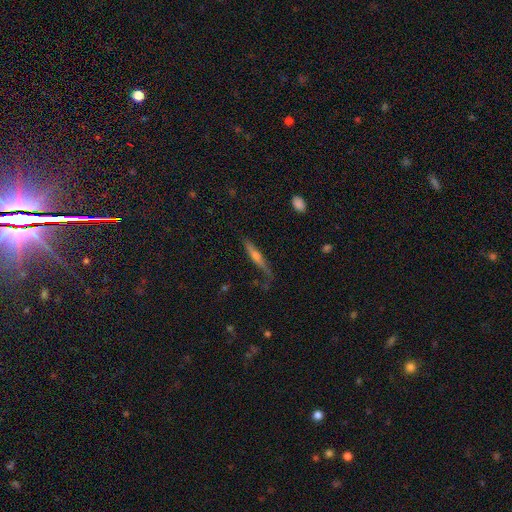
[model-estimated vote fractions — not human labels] A featured or disk galaxy (61%) viewed edge-on (96%) with a rounded central bulge (81%).

Vote fractions:
- Smooth or featured? featured or disk: 61% / smooth: 32% / star or artifact: 8%
- Edge-on disk? yes: 96% / no: 4%
- Edge-on bulge? rounded: 81% / none: 13% / boxy: 7%
- Merging? none: 76% / minor disturbance: 18% / major disturbance: 4% / merger: 2%